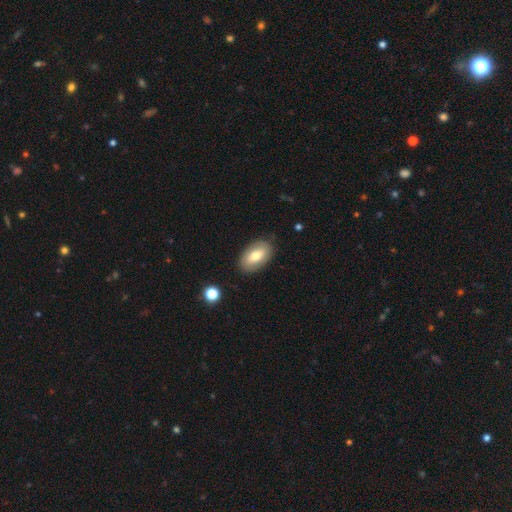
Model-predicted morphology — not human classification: A smooth galaxy with no disk features (74%) that is in between round and cigar-shaped (93%). Merging: none (86%).